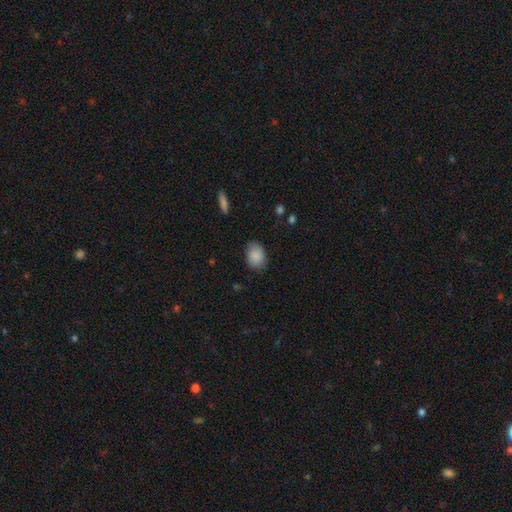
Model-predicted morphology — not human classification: Smooth or featured?
  - smooth: 88% *
  - star or artifact: 7%
  - featured or disk: 5%
How rounded?
  - in between: 76% *
  - round: 23%
  - cigar-shaped: 1%
Merging?
  - none: 76% *
  - minor disturbance: 19%
  - major disturbance: 4%
  - merger: 1%